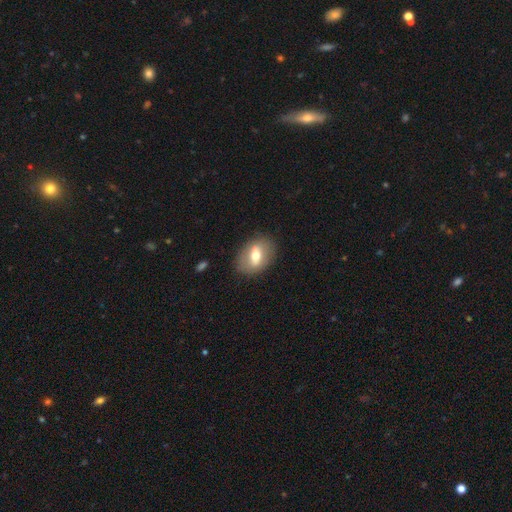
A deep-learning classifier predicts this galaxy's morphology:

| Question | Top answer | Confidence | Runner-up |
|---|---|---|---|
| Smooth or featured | smooth | 52% | featured or disk (40%) |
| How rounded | in between | 74% | round (24%) |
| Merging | none | 83% | minor disturbance (12%) |